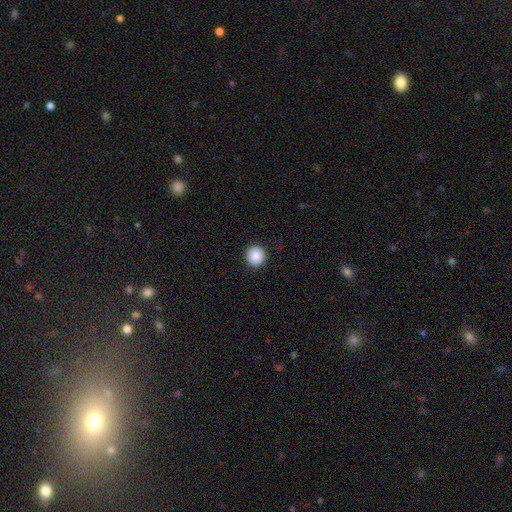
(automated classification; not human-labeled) A smooth galaxy with no disk features (89%) that is round (89%).

Vote fractions:
- Smooth or featured? smooth: 89% / star or artifact: 8% / featured or disk: 3%
- How rounded? round: 89% / in between: 10% / cigar-shaped: 1%
- Merging? none: 91% / minor disturbance: 6% / major disturbance: 2% / merger: 1%